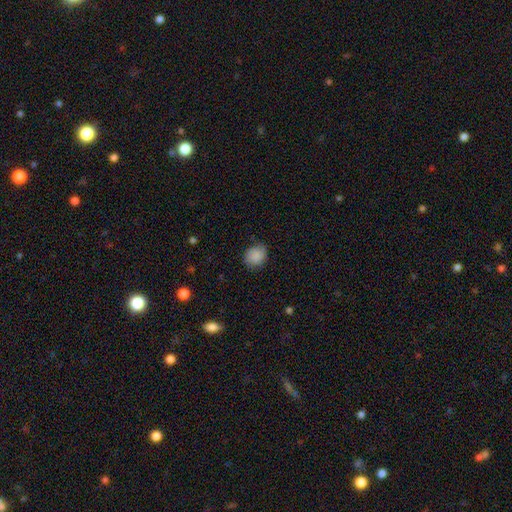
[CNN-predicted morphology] Q: Smooth or featured?
A: smooth (84%); runner-up: featured or disk (8%)
Q: How rounded?
A: round (67%); runner-up: in between (32%)
Q: Merging?
A: none (73%); runner-up: minor disturbance (22%)